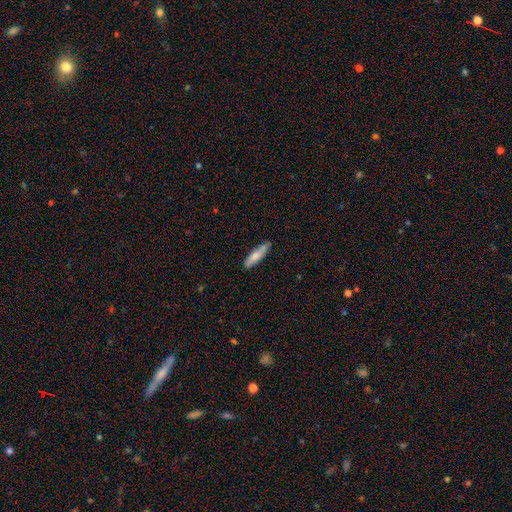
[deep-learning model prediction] smooth-or-featured: smooth: 73% | featured or disk: 21% | star or artifact: 6%
  how-rounded: cigar-shaped: 69% | in between: 29% | round: 2%
  merging: none: 79% | minor disturbance: 17% | major disturbance: 3% | merger: 2%